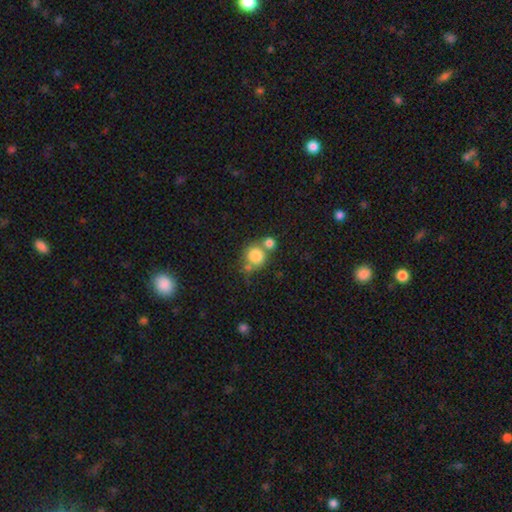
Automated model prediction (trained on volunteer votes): smooth_or_featured: smooth (p=0.82) [alt: star or artifact p=0.10]
how_rounded: round (p=0.88) [alt: in between p=0.11]
merging: none (p=0.48) [alt: merger p=0.37]